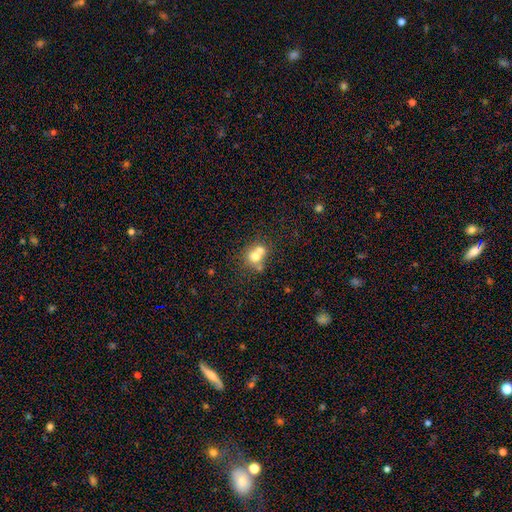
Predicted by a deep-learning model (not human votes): Smooth or featured: smooth — 66% (featured or disk — 22%)
How rounded: round — 77% (in between — 22%)
Merging: merger — 58% (none — 32%)